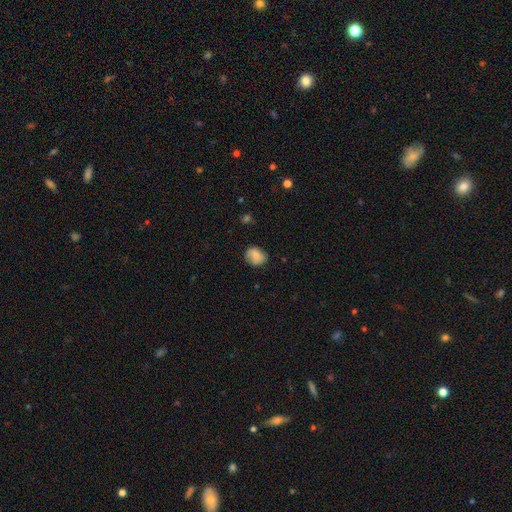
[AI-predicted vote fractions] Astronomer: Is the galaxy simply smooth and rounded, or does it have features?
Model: smooth — 79%.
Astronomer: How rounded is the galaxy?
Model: round — 55% (runner-up: in between, 44%).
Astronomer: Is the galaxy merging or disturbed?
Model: none — 75%.